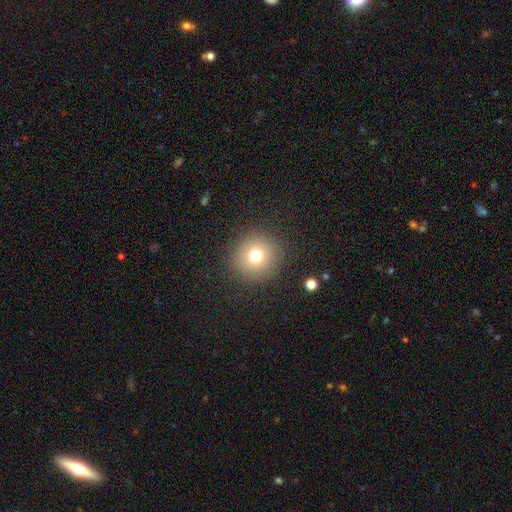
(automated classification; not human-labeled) Smooth or featured?
  - smooth: 74% *
  - star or artifact: 14%
  - featured or disk: 11%
How rounded?
  - round: 93% *
  - in between: 6%
  - cigar-shaped: 1%
Merging?
  - none: 89% *
  - minor disturbance: 6%
  - major disturbance: 3%
  - merger: 1%